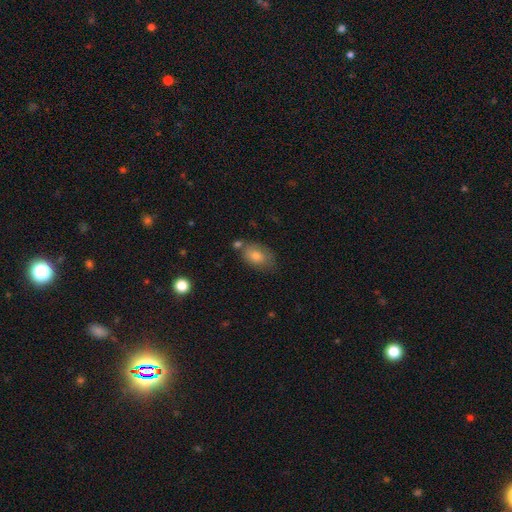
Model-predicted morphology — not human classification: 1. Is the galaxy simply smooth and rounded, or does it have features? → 76% smooth, 15% featured or disk, 9% star or artifact.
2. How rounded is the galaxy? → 84% in between, 14% round, 2% cigar-shaped.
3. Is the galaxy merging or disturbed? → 62% none, 21% minor disturbance, 11% merger, 6% major disturbance.